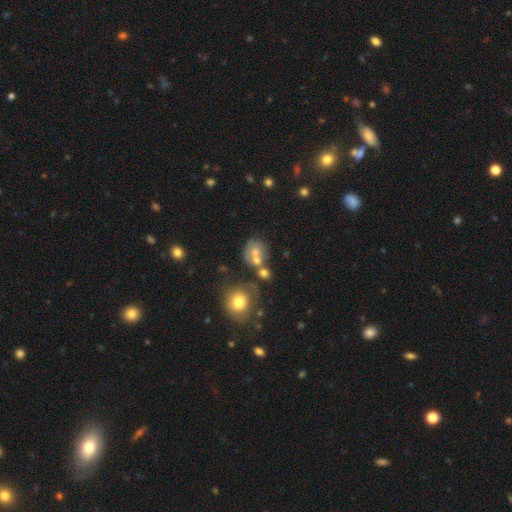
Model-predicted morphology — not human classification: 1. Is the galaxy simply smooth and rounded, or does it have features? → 60% smooth, 28% featured or disk, 13% star or artifact.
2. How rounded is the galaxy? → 68% round, 31% in between, 1% cigar-shaped.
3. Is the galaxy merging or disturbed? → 42% merger, 34% none, 14% minor disturbance, 10% major disturbance.